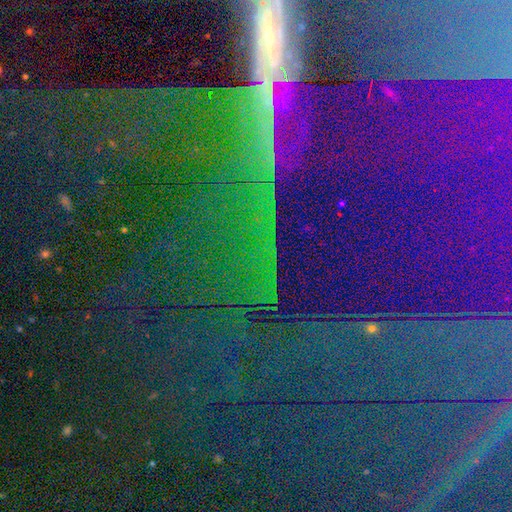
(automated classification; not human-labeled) Smooth or featured?
  - star or artifact: 84% *
  - featured or disk: 8%
  - smooth: 8%